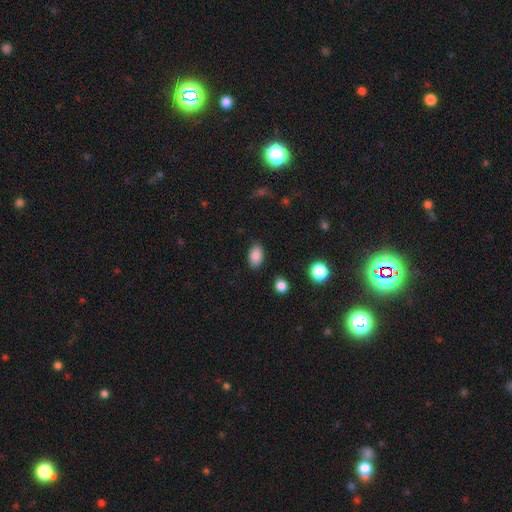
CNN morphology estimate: Smooth or featured?
  - smooth: 87% *
  - star or artifact: 8%
  - featured or disk: 4%
How rounded?
  - in between: 89% *
  - round: 10%
  - cigar-shaped: 1%
Merging?
  - none: 86% *
  - minor disturbance: 10%
  - major disturbance: 3%
  - merger: 1%